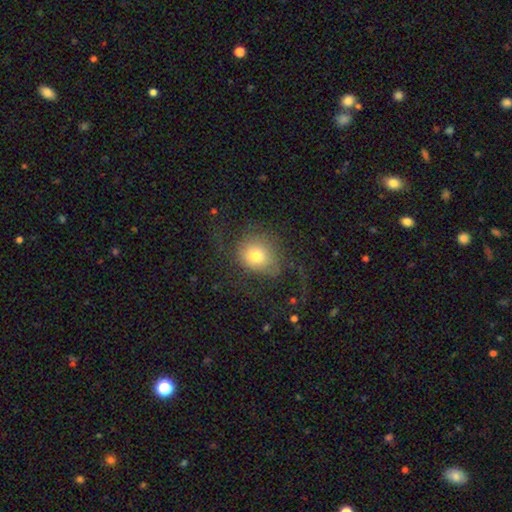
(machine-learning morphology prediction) A smooth galaxy with no disk features (65%) that is round (75%).

Vote fractions:
- Smooth or featured? smooth: 65% / featured or disk: 23% / star or artifact: 11%
- How rounded? round: 75% / in between: 24% / cigar-shaped: 1%
- Merging? none: 51% / major disturbance: 30% / minor disturbance: 17% / merger: 2%